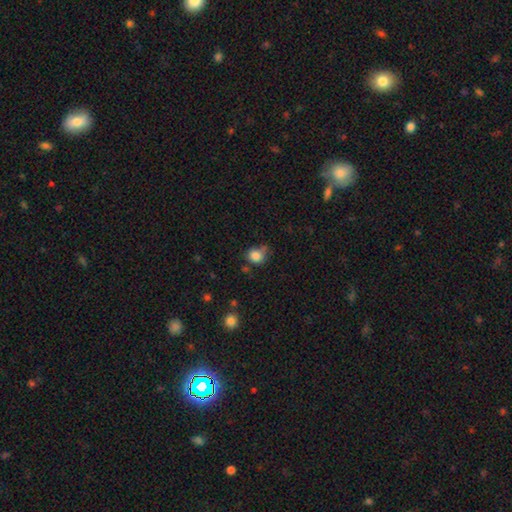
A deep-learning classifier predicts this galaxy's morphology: Smooth or featured: smooth — 83% (star or artifact — 11%)
How rounded: round — 76% (in between — 23%)
Merging: none — 57% (minor disturbance — 24%)